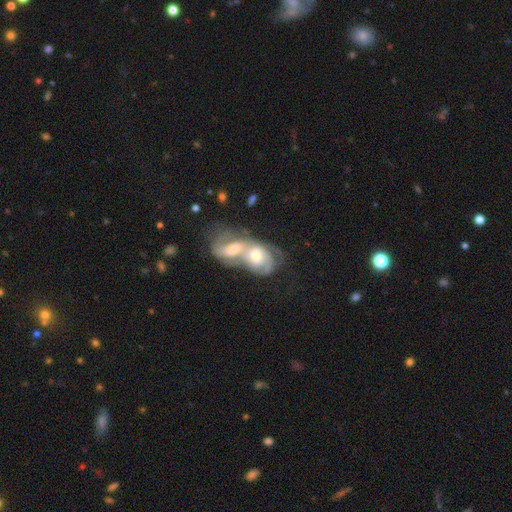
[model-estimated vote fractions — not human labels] This appears to be a featured or disk galaxy (65%) with no bar (63%), spiral arms (78%) and a moderate central bulge (60%). Merging: merger (82%).